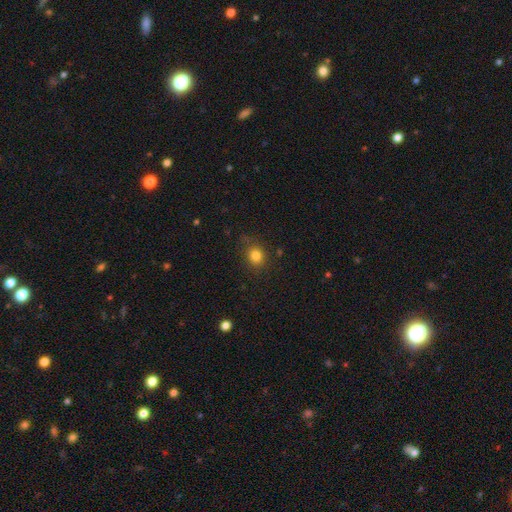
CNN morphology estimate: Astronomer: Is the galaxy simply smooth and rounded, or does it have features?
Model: smooth — 82%.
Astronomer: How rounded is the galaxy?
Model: round — 73%.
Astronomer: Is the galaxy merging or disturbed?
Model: none — 80%.